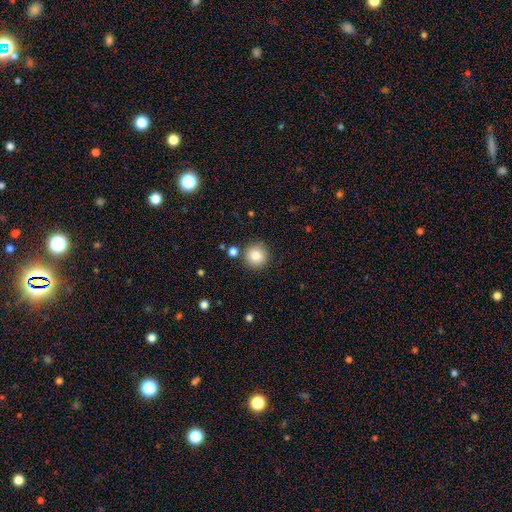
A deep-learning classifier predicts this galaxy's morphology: A smooth galaxy with no disk features (84%) that is round (95%).

Vote fractions:
- Smooth or featured? smooth: 84% / star or artifact: 10% / featured or disk: 6%
- How rounded? round: 95% / in between: 4% / cigar-shaped: 1%
- Merging? none: 86% / minor disturbance: 7% / merger: 5% / major disturbance: 2%